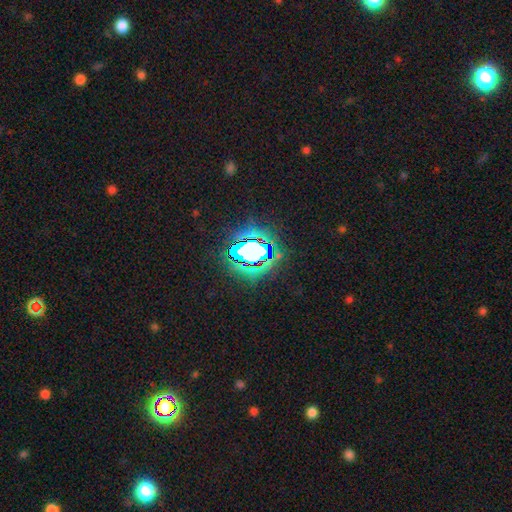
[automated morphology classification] star or artifact 81%, smooth 11%, featured or disk 8%.